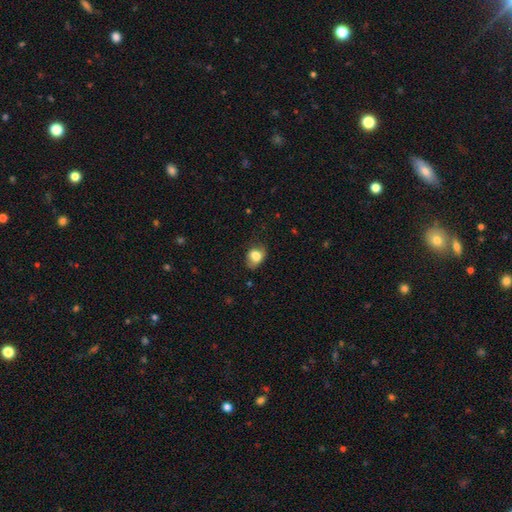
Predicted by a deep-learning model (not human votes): Smooth or featured?
  - smooth: 79% *
  - featured or disk: 13%
  - star or artifact: 8%
How rounded?
  - in between: 63% *
  - round: 36%
  - cigar-shaped: 1%
Merging?
  - none: 59% *
  - minor disturbance: 29%
  - major disturbance: 10%
  - merger: 1%